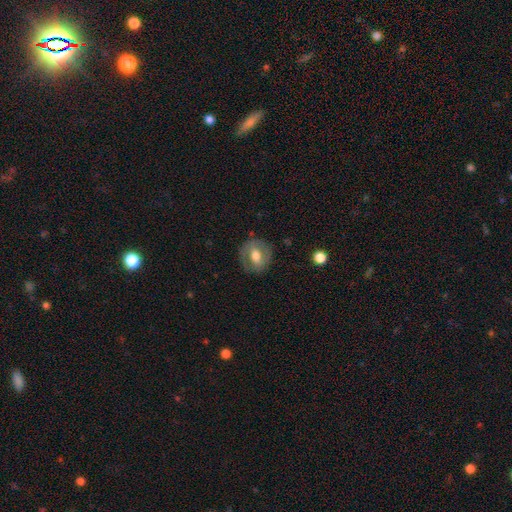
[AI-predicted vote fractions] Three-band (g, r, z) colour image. It shows a smooth galaxy with no disk features (47%, tied with featured or disk). Merging: none (78%).